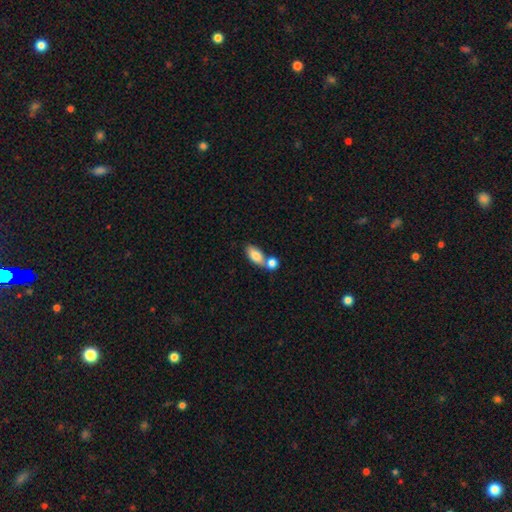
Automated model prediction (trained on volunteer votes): Q: Smooth or featured?
A: smooth (80%); runner-up: featured or disk (13%)
Q: How rounded?
A: in between (87%); runner-up: round (7%)
Q: Merging?
A: merger (49%); runner-up: none (37%)